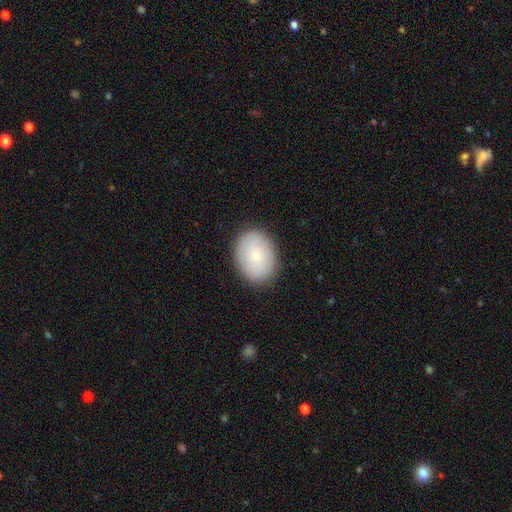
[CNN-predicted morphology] Smooth or featured: smooth — 70% (featured or disk — 23%)
How rounded: in between — 76% (round — 23%)
Merging: none — 86% (minor disturbance — 10%)